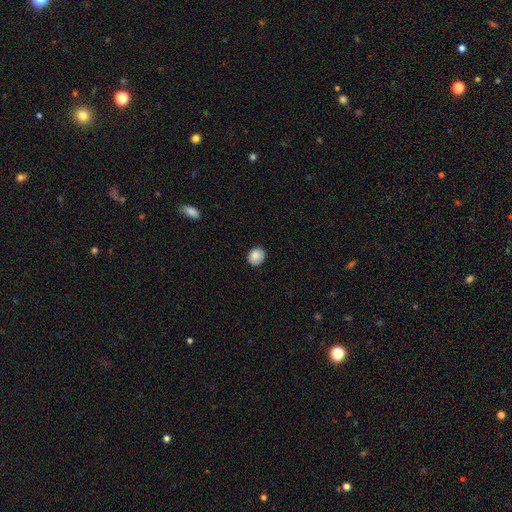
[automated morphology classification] The model was most divided on "how rounded": round: 74%, in between: 25%, cigar-shaped: 1%. More confident: smooth or featured — smooth (88%); merging — none (87%).